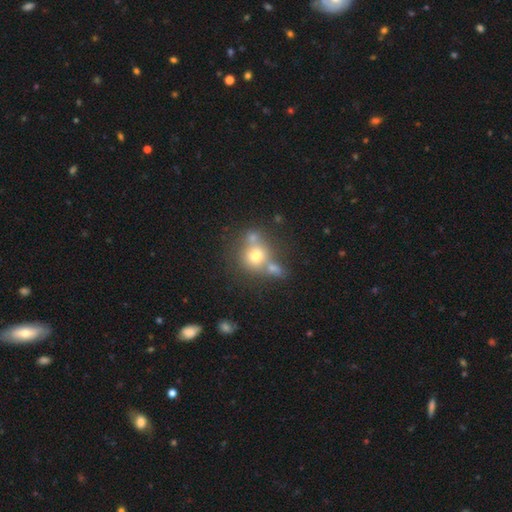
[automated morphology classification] Smooth or featured? smooth (66%)
How rounded? round (82%)
Merging? none (44%)